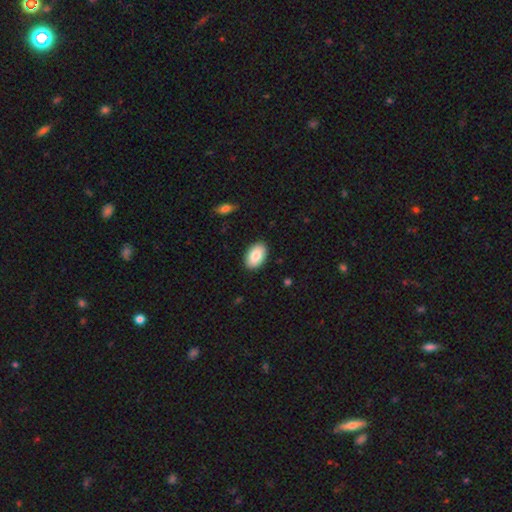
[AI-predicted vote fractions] Smooth or featured: smooth — 86% (featured or disk — 8%)
How rounded: in between — 93% (round — 6%)
Merging: none — 89% (minor disturbance — 8%)